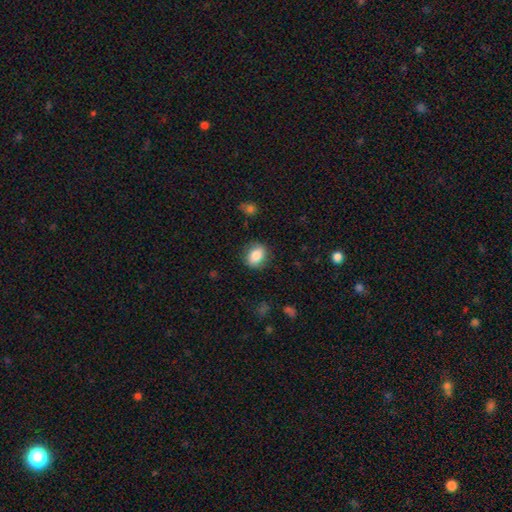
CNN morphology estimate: type=smooth (80%); roundness=in between (56%); merging=none (81%).